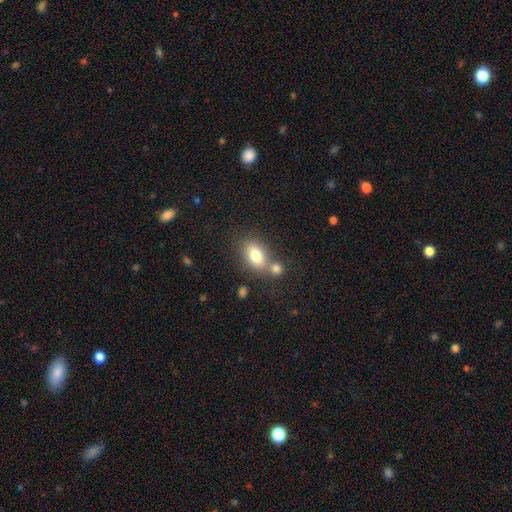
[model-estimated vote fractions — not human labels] Smooth or featured? Predicted: smooth (p=0.78). How rounded? Predicted: in between (p=0.81). Merging? Predicted: none (p=0.52).